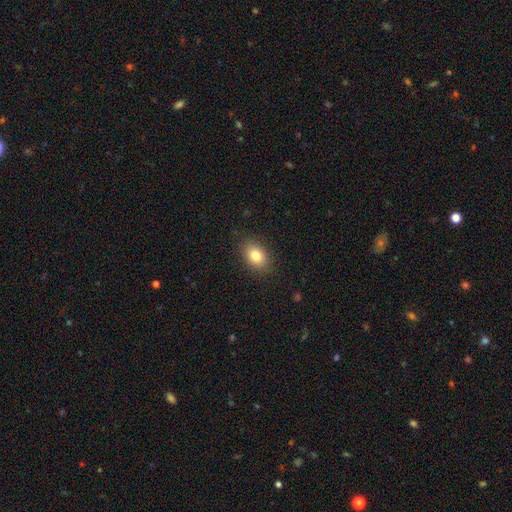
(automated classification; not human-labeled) Morphology: type=smooth (81%); roundness=in between (79%); merging=none (87%).